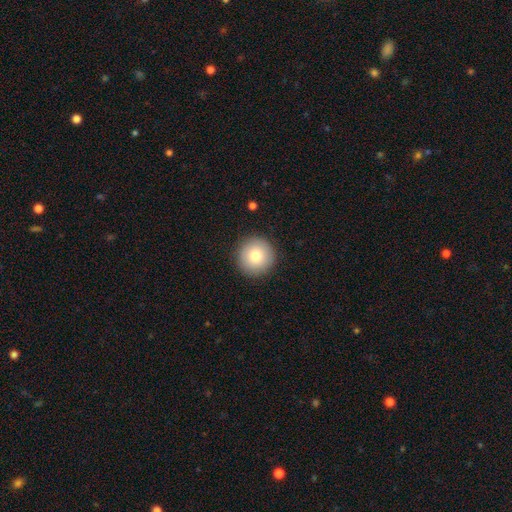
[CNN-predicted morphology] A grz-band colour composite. It shows a smooth galaxy with no disk features (78%) that is round (96%). Merging: none (91%).